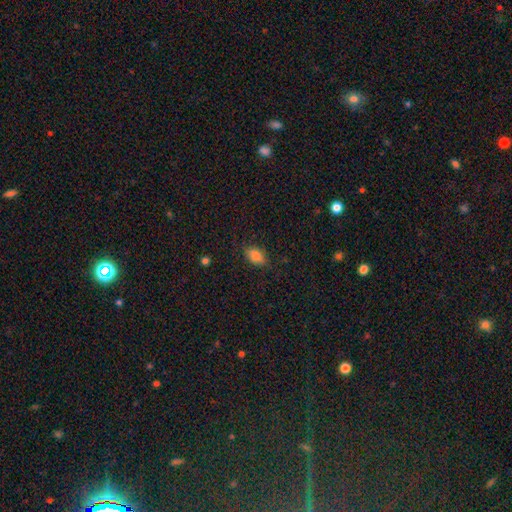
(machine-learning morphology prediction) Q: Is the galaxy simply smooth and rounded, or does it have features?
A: smooth — 82%.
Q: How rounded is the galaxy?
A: in between — 86%.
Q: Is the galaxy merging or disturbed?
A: none — 81%.